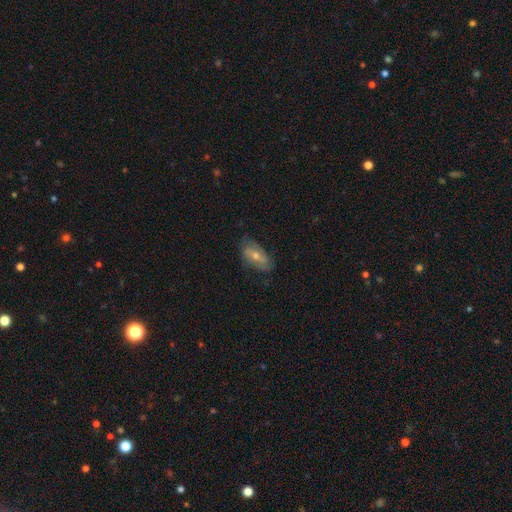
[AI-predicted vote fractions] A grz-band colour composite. It shows a featured or disk galaxy (51%). Merging: none (70%).